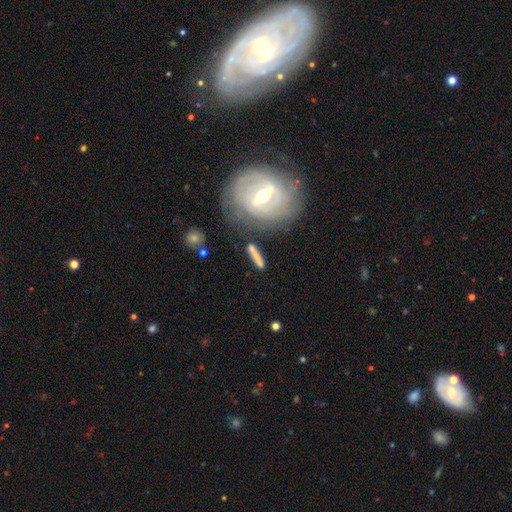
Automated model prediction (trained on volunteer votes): Morphology: type=smooth (52%); roundness=cigar-shaped (76%); merging=none (64%).